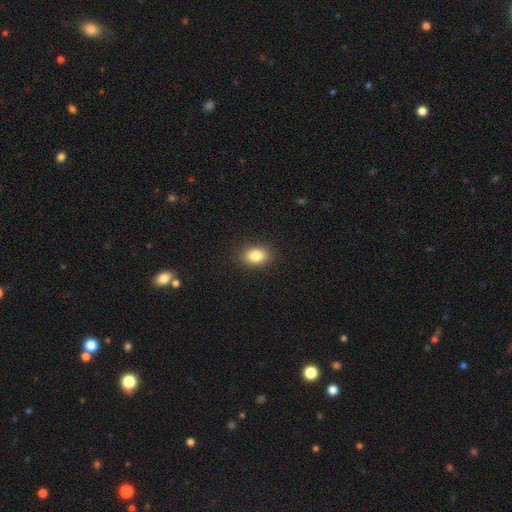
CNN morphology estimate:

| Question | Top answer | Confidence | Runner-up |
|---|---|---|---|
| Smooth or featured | smooth | 84% | star or artifact (9%) |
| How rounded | in between | 74% | round (25%) |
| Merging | none | 89% | minor disturbance (8%) |